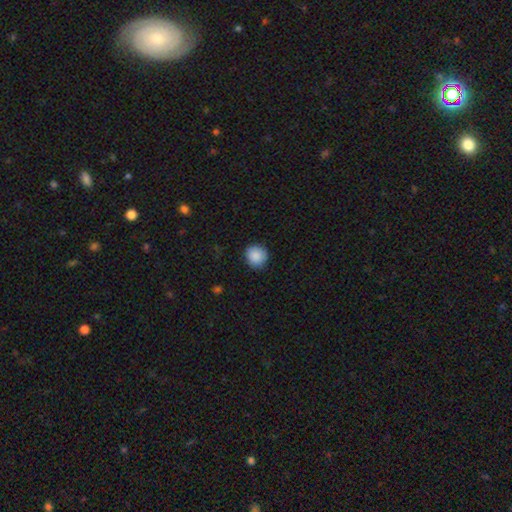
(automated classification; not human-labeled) Smooth or featured? smooth (89%)
How rounded? round (91%)
Merging? none (88%)